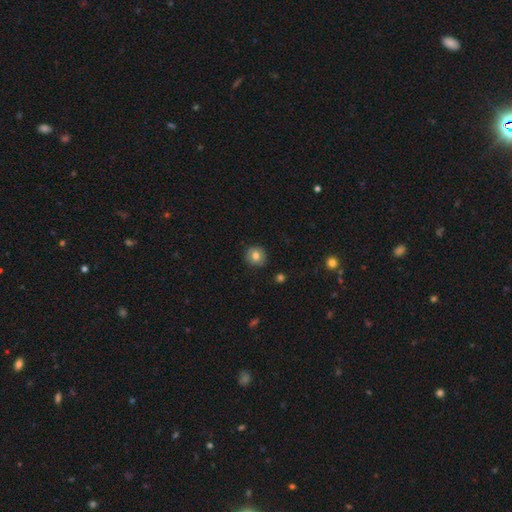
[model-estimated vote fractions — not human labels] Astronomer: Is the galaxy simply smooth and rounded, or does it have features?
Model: smooth — 80%.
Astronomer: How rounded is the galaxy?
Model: round — 90%.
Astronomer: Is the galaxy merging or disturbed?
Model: none — 89%.